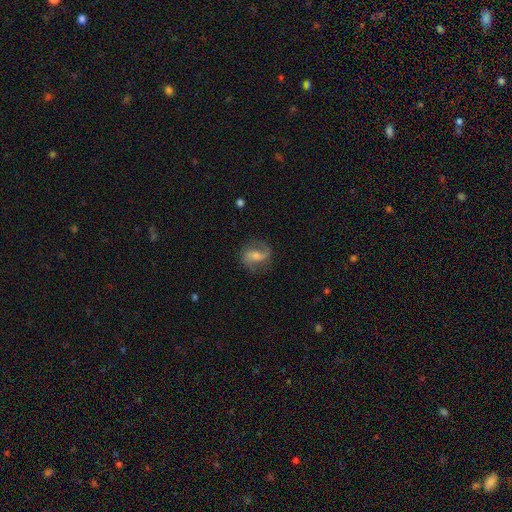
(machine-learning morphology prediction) Q: Smooth or featured?
A: featured or disk (74%); runner-up: smooth (19%)
Q: Edge-on disk?
A: no (97%); runner-up: yes (3%)
Q: Bar?
A: weak (44%); runner-up: no (35%)
Q: Spiral arms?
A: yes (93%); runner-up: no (7%)
Q: Spiral winding?
A: loose (52%); runner-up: medium (37%)
Q: Spiral arm count?
A: 2 (85%); runner-up: 1 (8%)
Q: Bulge size?
A: moderate (50%); runner-up: small (40%)
Q: Merging?
A: none (72%); runner-up: minor disturbance (17%)